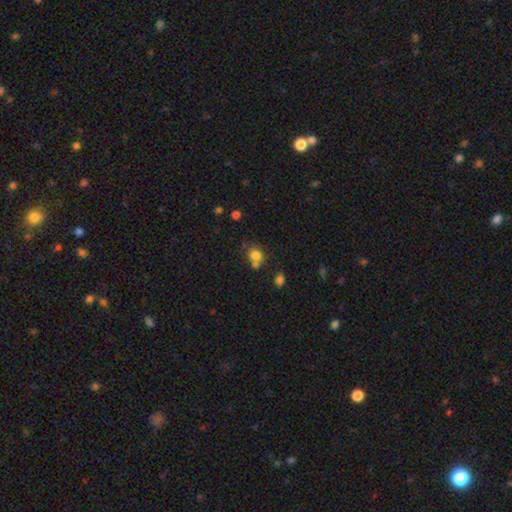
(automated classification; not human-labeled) The model was most divided on "merging": none: 51%, merger: 30%, minor disturbance: 13%, major disturbance: 5%. More confident: smooth or featured — smooth (79%); how rounded — round (71%).